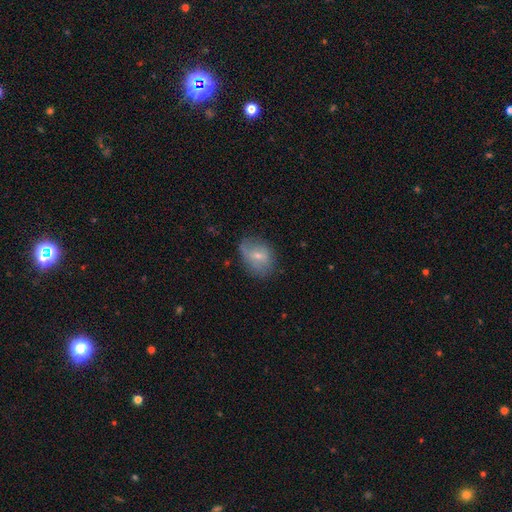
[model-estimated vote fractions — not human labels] A smooth galaxy with no disk features (51%) that is in between round and cigar-shaped (67%).

Vote fractions:
- Smooth or featured? smooth: 51% / featured or disk: 40% / star or artifact: 9%
- How rounded? in between: 67% / round: 31% / cigar-shaped: 2%
- Merging? none: 63% / minor disturbance: 26% / major disturbance: 10% / merger: 2%